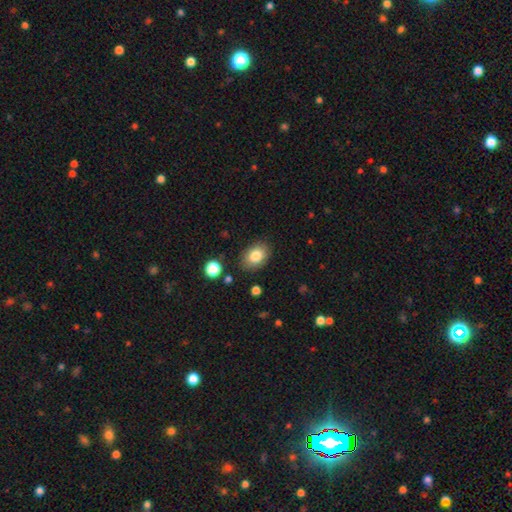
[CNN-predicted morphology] This is clearly a smooth galaxy (83%). How rounded: likely in between (77%). Merging: clearly none (85%).